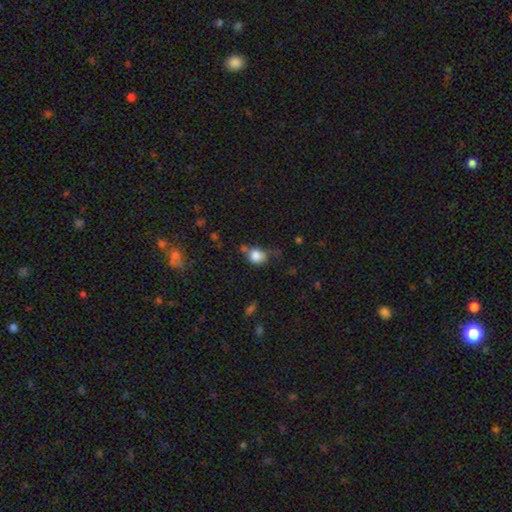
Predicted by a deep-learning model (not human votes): Smooth or featured?
  - smooth: 82% *
  - star or artifact: 10%
  - featured or disk: 8%
How rounded?
  - round: 71% *
  - in between: 28%
  - cigar-shaped: 1%
Merging?
  - none: 47% *
  - minor disturbance: 29%
  - merger: 12%
  - major disturbance: 12%